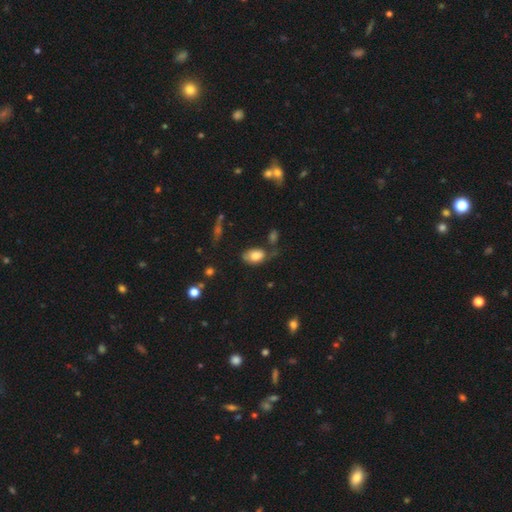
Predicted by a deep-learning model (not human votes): The model was most divided on "merging": none: 43%, minor disturbance: 29%, major disturbance: 17%, merger: 11%. More confident: how rounded — in between (91%); smooth or featured — smooth (79%).